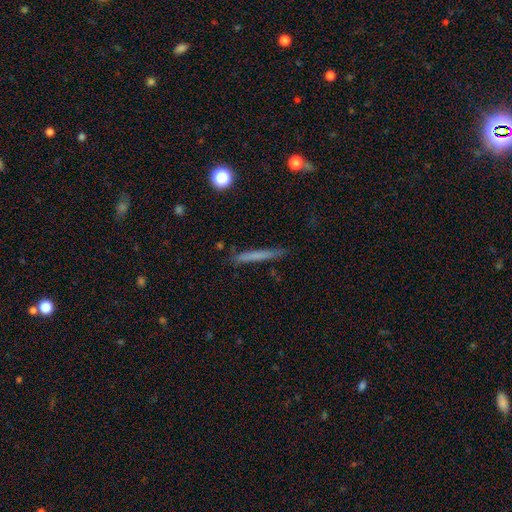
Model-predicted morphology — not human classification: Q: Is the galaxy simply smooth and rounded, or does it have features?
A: smooth — 63%.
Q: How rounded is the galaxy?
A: cigar-shaped — 96%.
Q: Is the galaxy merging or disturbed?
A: none — 83%.